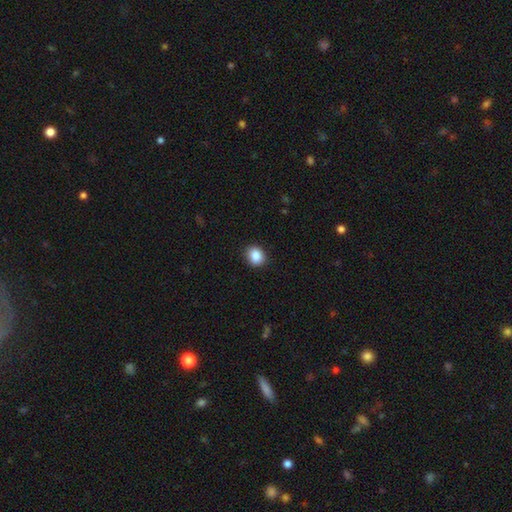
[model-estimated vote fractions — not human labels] Smooth or featured: smooth — 87% (star or artifact — 9%)
How rounded: round — 68% (in between — 31%)
Merging: none — 89% (minor disturbance — 8%)